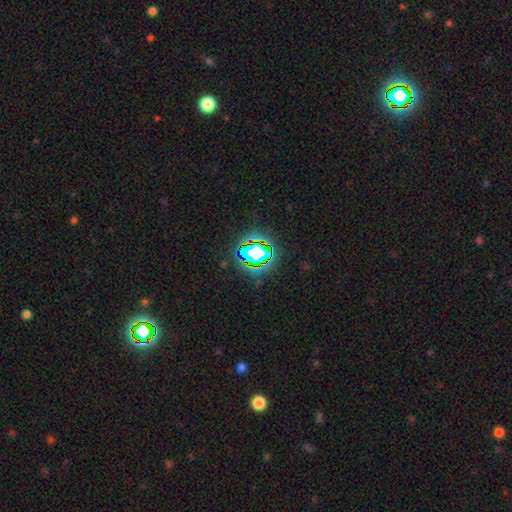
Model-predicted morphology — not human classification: star or artifact 59%, smooth 25%, featured or disk 16%.